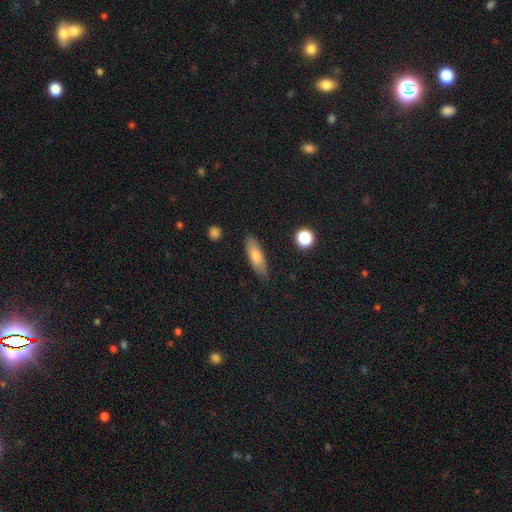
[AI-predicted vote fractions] Overall: smooth (73%). How rounded: in between (49%; cigar-shaped 48%). Merging: none (83%).